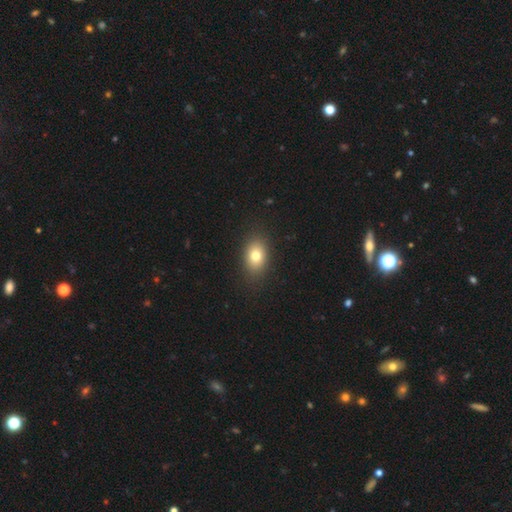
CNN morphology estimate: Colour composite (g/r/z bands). It shows a smooth galaxy with no disk features (78%) that is in between round and cigar-shaped (76%). Merging: none (87%).